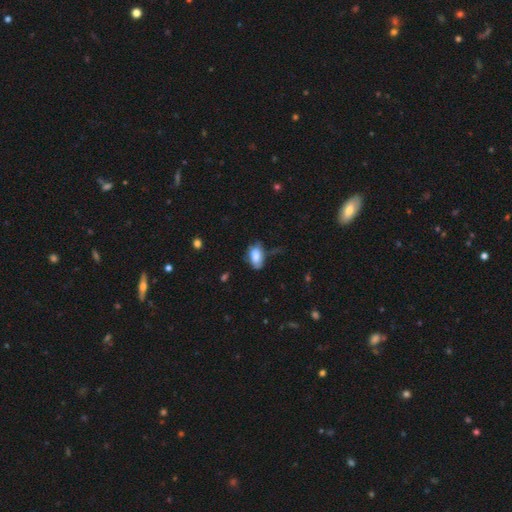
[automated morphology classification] Smooth or featured? Predicted: smooth (p=0.77). How rounded? Predicted: in between (p=0.91). Merging? Predicted: none (p=0.49).